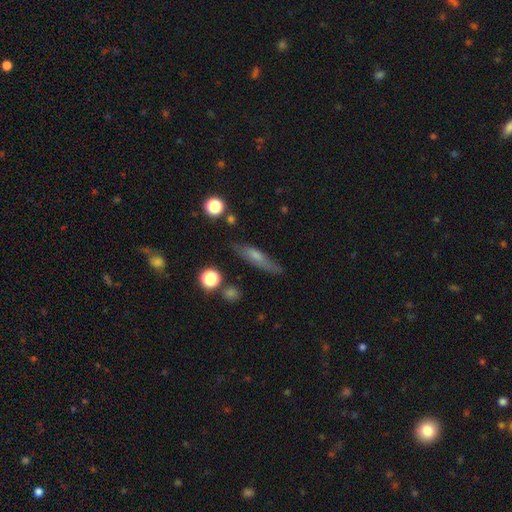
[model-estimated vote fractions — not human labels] smooth 51%, featured or disk 38%, star or artifact 11%. Down the decision tree: how rounded — cigar-shaped (76%); merging — none (79%).